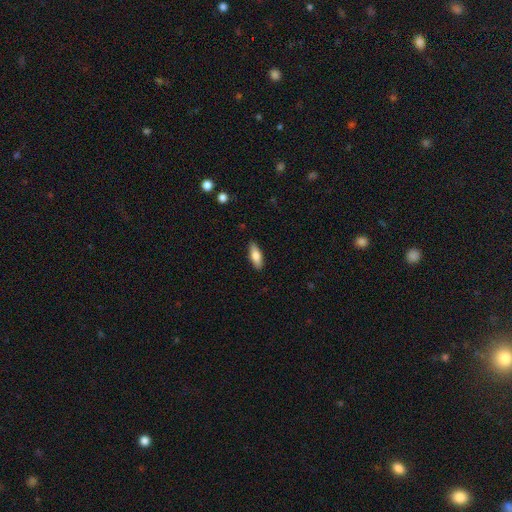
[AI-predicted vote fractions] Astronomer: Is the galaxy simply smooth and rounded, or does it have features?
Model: smooth — 73%.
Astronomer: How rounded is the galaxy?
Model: in between — 61% (runner-up: cigar-shaped, 36%).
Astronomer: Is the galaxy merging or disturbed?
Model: none — 88%.